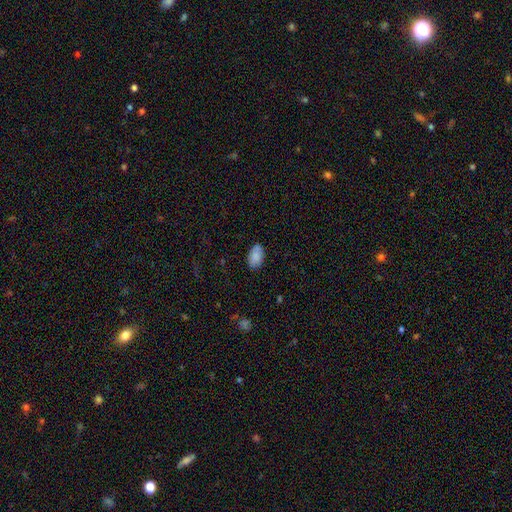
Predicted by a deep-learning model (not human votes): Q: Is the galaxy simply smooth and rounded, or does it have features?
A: smooth — 86%.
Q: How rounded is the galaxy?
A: in between — 93%.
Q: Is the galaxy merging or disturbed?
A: none — 83%.